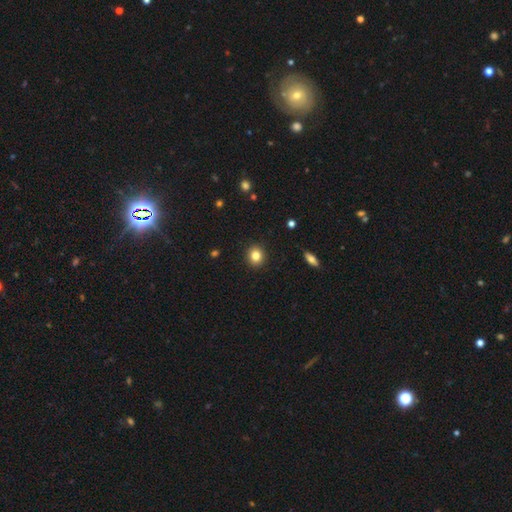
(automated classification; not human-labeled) Smooth or featured? Predicted: smooth (p=0.82). How rounded? Predicted: round (p=0.82). Merging? Predicted: none (p=0.92).